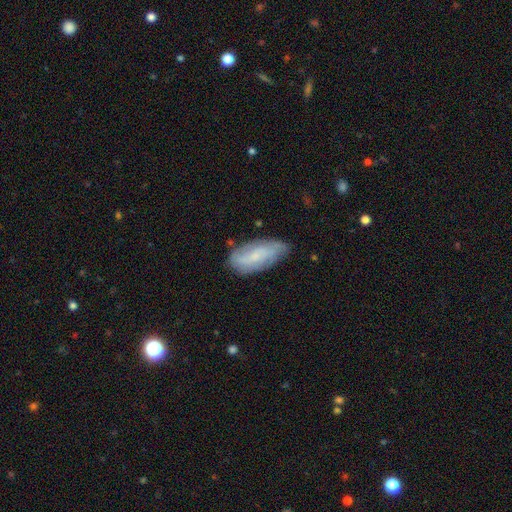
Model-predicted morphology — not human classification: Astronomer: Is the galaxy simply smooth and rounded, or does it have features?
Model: featured or disk — 47% (runner-up: smooth, 45%).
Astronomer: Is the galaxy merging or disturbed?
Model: none — 67%.